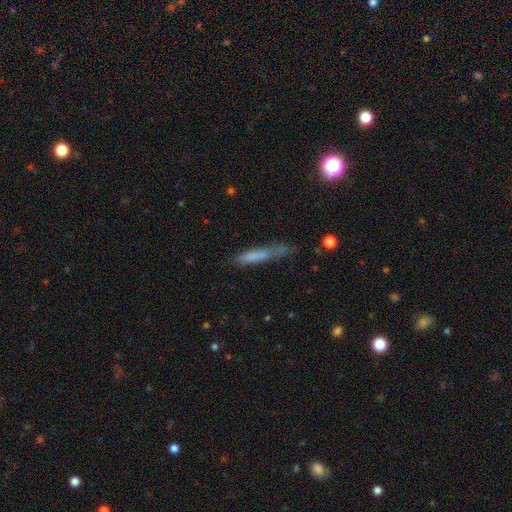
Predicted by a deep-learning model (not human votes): Morphology: type=smooth (69%); roundness=cigar-shaped (91%); merging=none (59%).